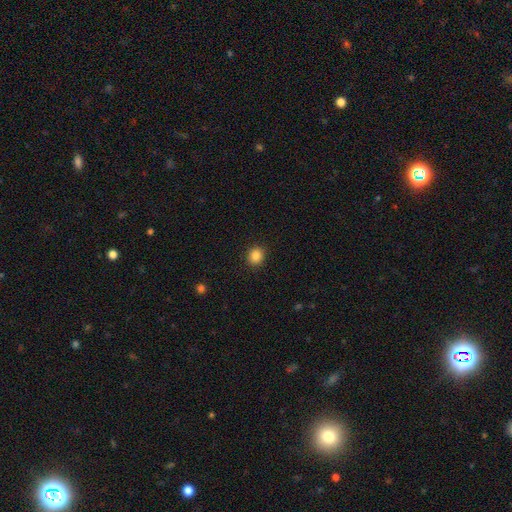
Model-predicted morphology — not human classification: smooth-or-featured: smooth: 85% | star or artifact: 11% | featured or disk: 4%
  how-rounded: round: 75% | in between: 24% | cigar-shaped: 1%
  merging: none: 90% | minor disturbance: 7% | major disturbance: 2% | merger: 1%